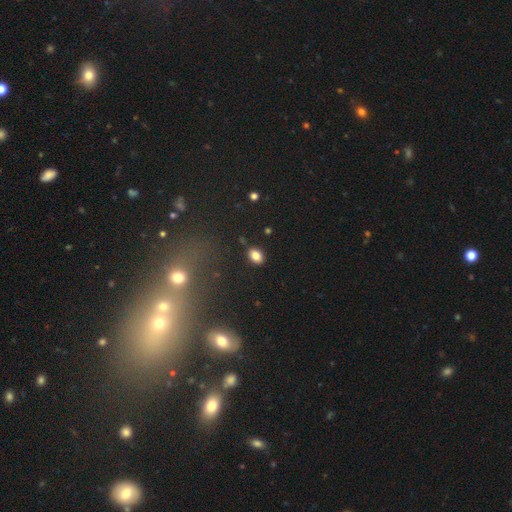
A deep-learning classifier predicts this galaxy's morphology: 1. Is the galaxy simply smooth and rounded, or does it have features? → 82% smooth, 11% star or artifact, 7% featured or disk.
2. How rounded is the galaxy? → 78% in between, 20% round, 1% cigar-shaped.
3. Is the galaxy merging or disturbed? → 87% none, 9% minor disturbance, 2% major disturbance, 2% merger.